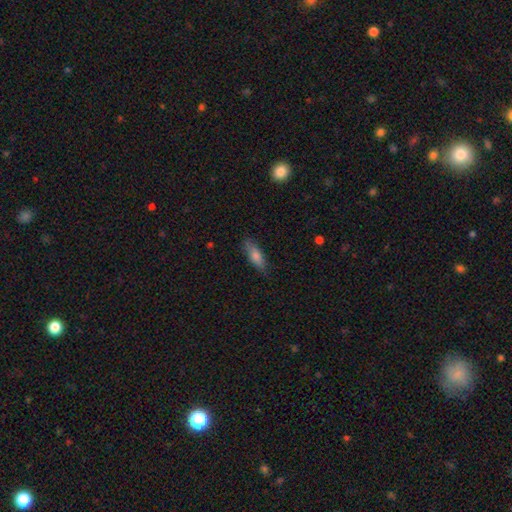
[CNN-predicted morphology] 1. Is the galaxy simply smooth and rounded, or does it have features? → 73% smooth, 20% featured or disk, 7% star or artifact.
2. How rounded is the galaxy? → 50% in between, 48% cigar-shaped, 2% round.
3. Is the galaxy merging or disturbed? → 83% none, 13% minor disturbance, 3% major disturbance, 1% merger.